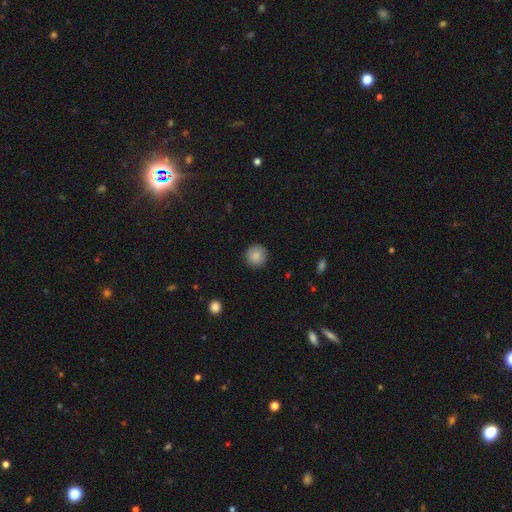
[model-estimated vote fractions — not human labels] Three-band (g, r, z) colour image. It shows a smooth galaxy with no disk features (86%) that is round (95%). Merging: none (91%).